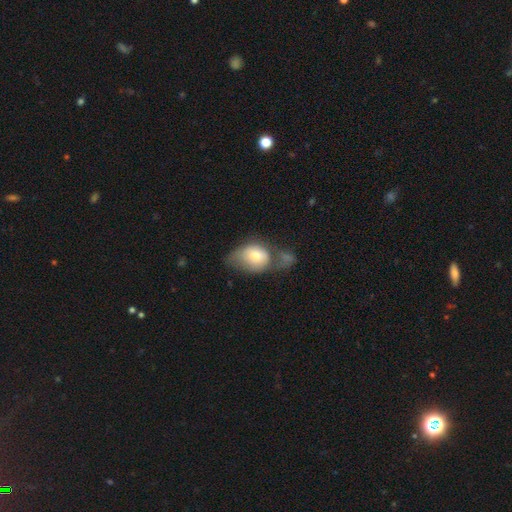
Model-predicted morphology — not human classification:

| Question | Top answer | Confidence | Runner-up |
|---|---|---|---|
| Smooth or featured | smooth | 69% | featured or disk (24%) |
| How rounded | in between | 71% | round (28%) |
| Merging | merger | 31% | major disturbance (25%) |